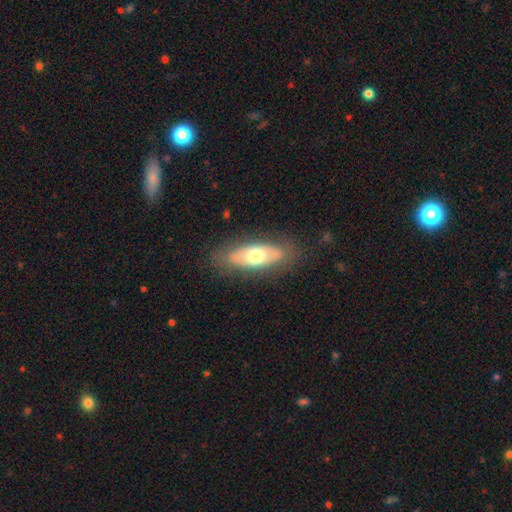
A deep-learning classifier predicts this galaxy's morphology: smooth-or-featured: smooth: 56% | featured or disk: 37% | star or artifact: 6%
  how-rounded: in between: 72% | cigar-shaped: 25% | round: 3%
  merging: none: 80% | minor disturbance: 14% | major disturbance: 5% | merger: 1%